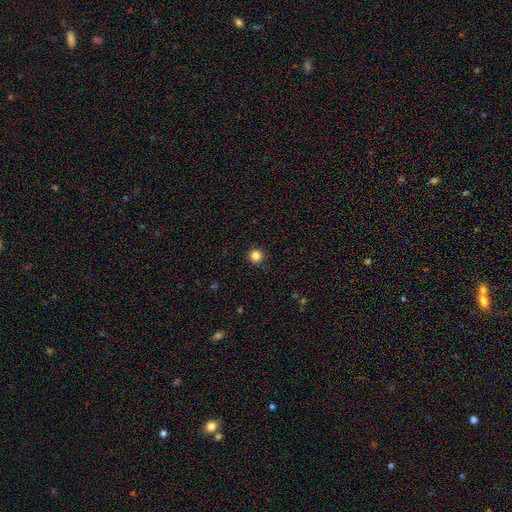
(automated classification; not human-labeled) Smooth or featured? smooth (85%)
How rounded? round (96%)
Merging? none (92%)